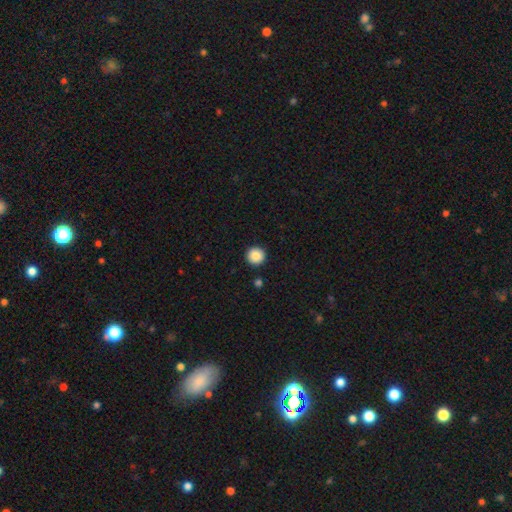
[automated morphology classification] Smooth or featured? Predicted: smooth (p=0.87). How rounded? Predicted: round (p=0.96). Merging? Predicted: none (p=0.92).